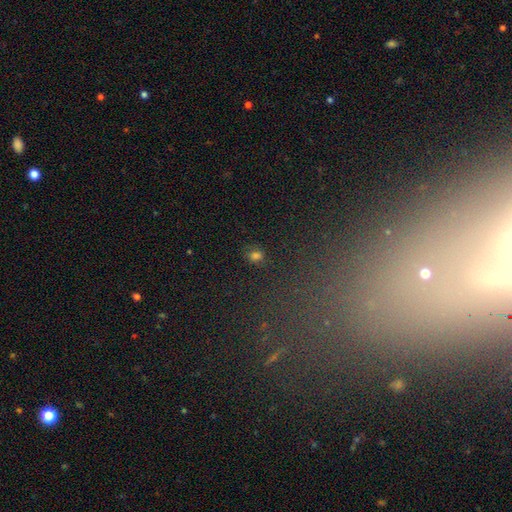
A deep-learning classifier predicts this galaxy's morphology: type=smooth (73%); roundness=round (52%); merging=none (80%).